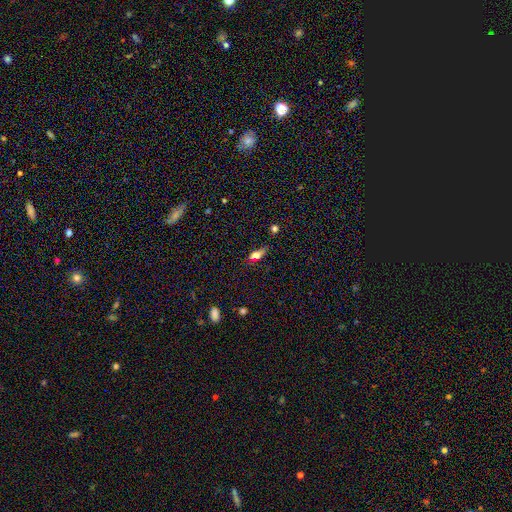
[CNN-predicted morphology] Overall: smooth (68%). How rounded: in between (70%). Merging: none (55%; minor disturbance 29%).